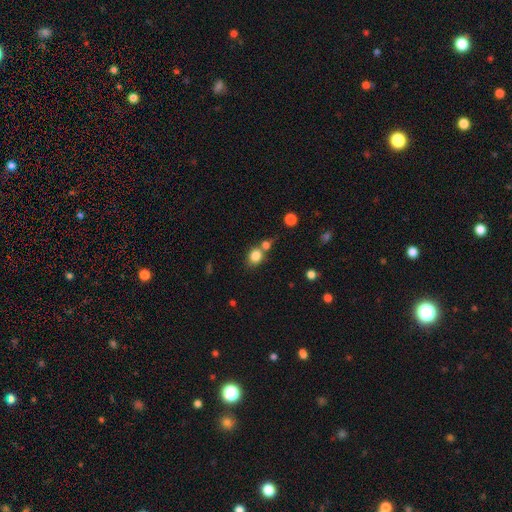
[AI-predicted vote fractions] Smooth or featured: smooth — 82% (star or artifact — 11%)
How rounded: round — 63% (in between — 36%)
Merging: none — 56% (merger — 29%)